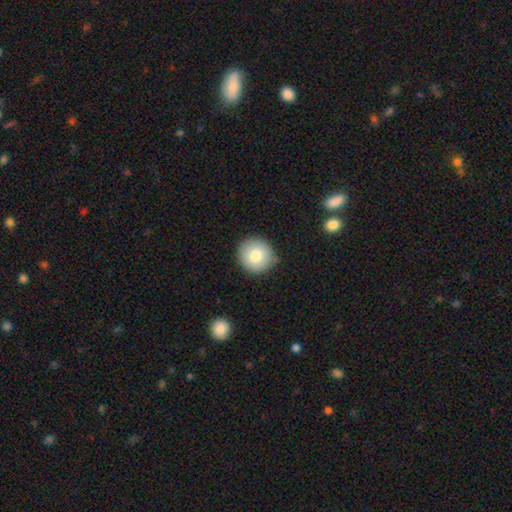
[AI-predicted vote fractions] Smooth or featured? smooth (82%)
How rounded? round (91%)
Merging? none (84%)